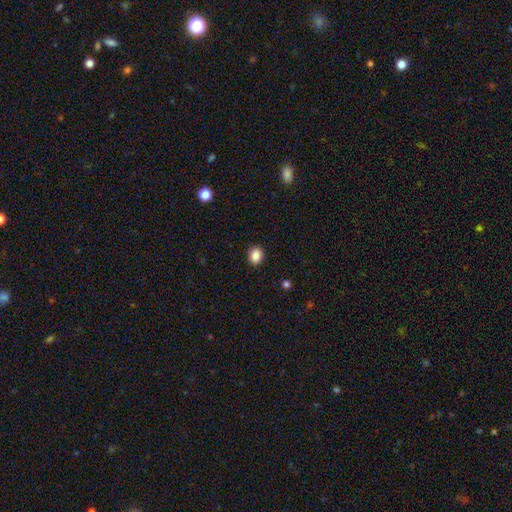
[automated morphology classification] type=smooth (88%); roundness=round (55%); merging=none (90%).